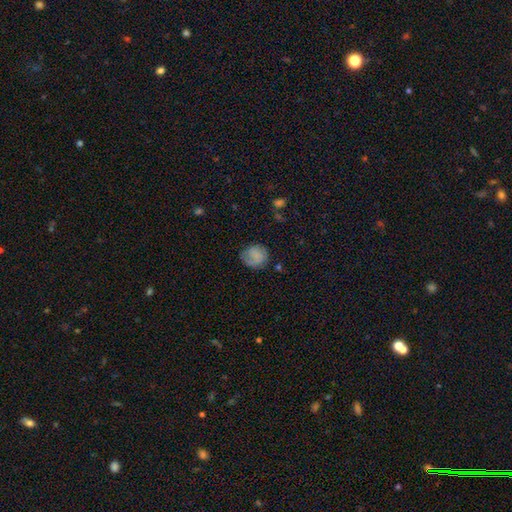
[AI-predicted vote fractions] Overall: smooth (73%). How rounded: round (76%). Merging: none (65%).